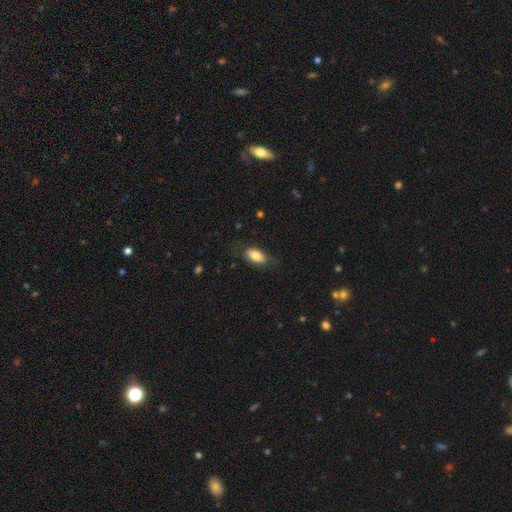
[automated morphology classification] smooth-or-featured: smooth: 78% | featured or disk: 15% | star or artifact: 7%
  how-rounded: in between: 90% | cigar-shaped: 5% | round: 4%
  merging: none: 77% | minor disturbance: 18% | major disturbance: 5% | merger: 1%